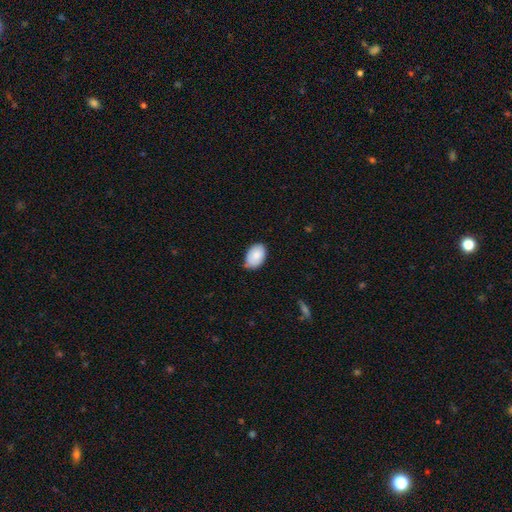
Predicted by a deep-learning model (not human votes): Smooth or featured?
  - smooth: 85% *
  - featured or disk: 8%
  - star or artifact: 6%
How rounded?
  - in between: 89% *
  - round: 10%
  - cigar-shaped: 1%
Merging?
  - none: 71% *
  - minor disturbance: 25%
  - major disturbance: 3%
  - merger: 1%